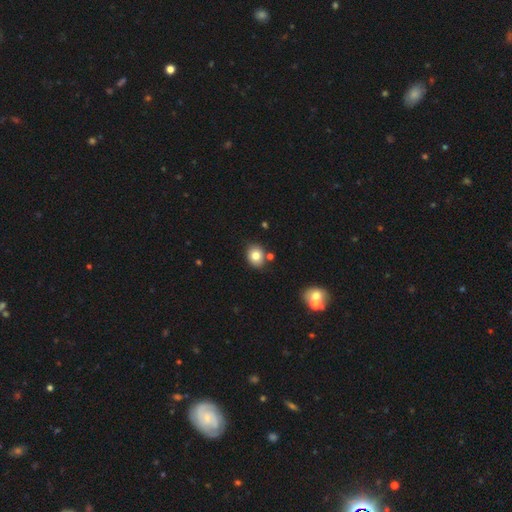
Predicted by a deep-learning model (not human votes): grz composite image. It shows a smooth galaxy with no disk features (80%) that is round (61%). Merging: none (79%).